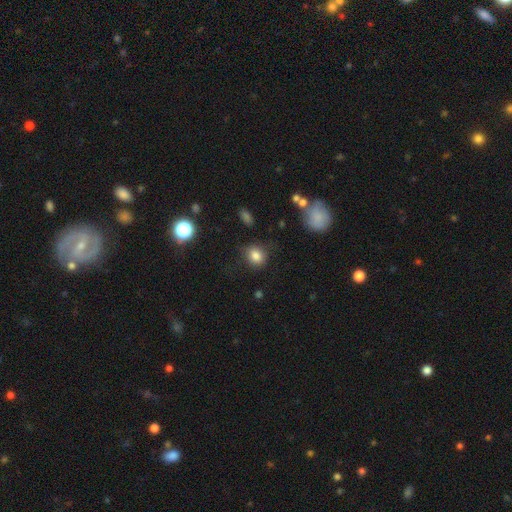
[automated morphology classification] This appears to be a smooth galaxy with no disk features (82%) that is round (71%). Merging: none (78%).